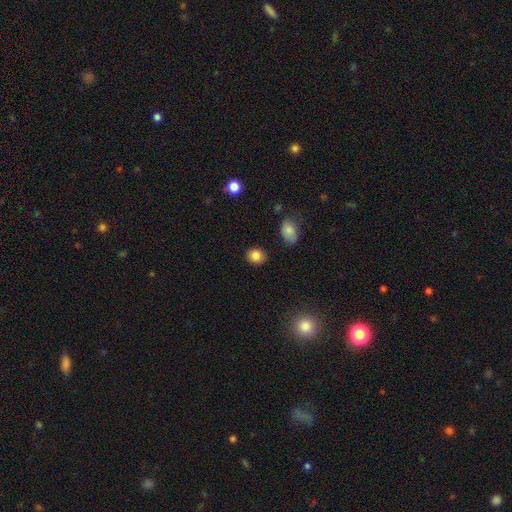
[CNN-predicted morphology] smooth 84%, star or artifact 10%, featured or disk 6%. Down the decision tree: how rounded — round (68%); merging — none (87%).